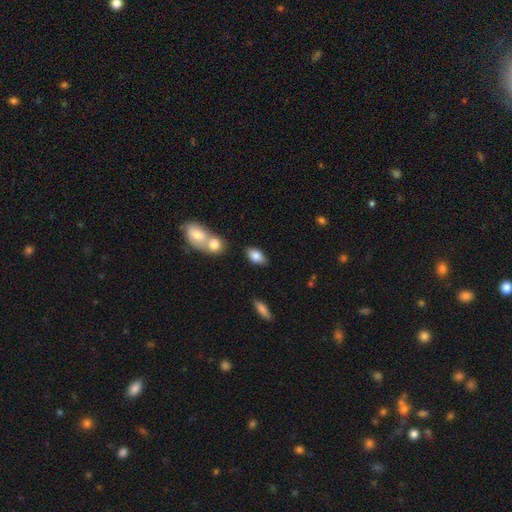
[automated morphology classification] A smooth galaxy with no disk features (82%) that is in between round and cigar-shaped (91%).

Vote fractions:
- Smooth or featured? smooth: 82% / featured or disk: 11% / star or artifact: 7%
- How rounded? in between: 91% / round: 6% / cigar-shaped: 3%
- Merging? none: 75% / minor disturbance: 12% / merger: 11% / major disturbance: 3%